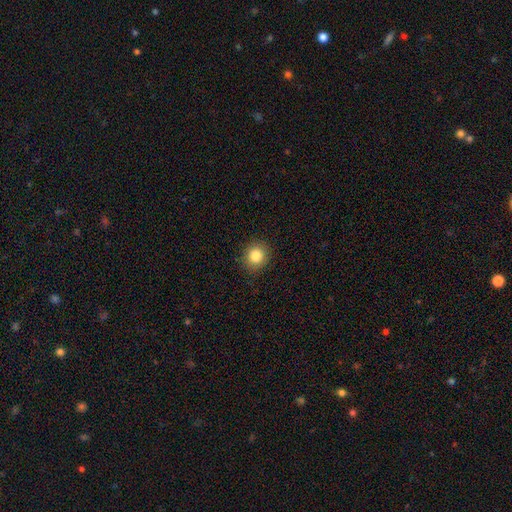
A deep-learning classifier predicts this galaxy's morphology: Smooth or featured? smooth (84%)
How rounded? round (83%)
Merging? none (90%)